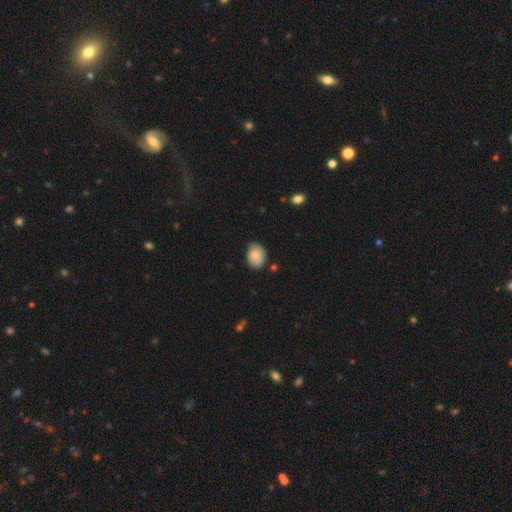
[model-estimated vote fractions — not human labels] This appears to be a smooth galaxy with no disk features (77%) that is in between round and cigar-shaped (67%). Merging: none (72%).